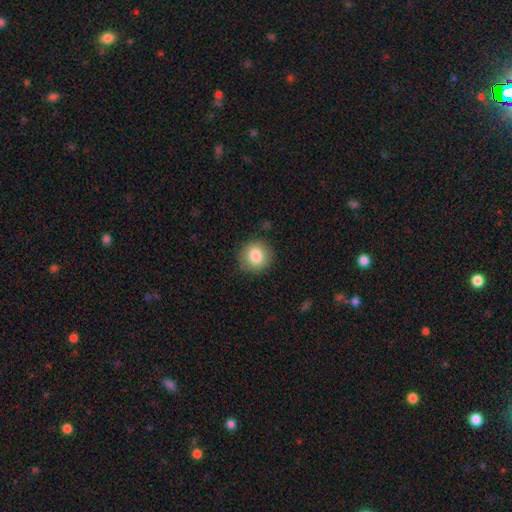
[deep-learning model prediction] smooth_or_featured: smooth (p=0.84) [alt: star or artifact p=0.09]
how_rounded: round (p=0.88) [alt: in between p=0.11]
merging: none (p=0.86) [alt: minor disturbance p=0.10]